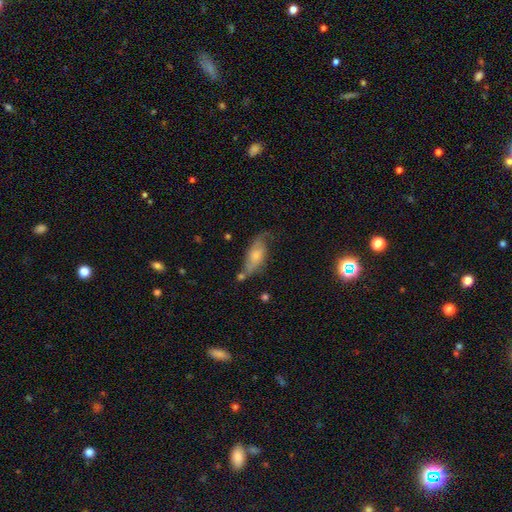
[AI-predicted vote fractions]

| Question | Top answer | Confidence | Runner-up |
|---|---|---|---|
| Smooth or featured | smooth | 52% | featured or disk (40%) |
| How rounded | in between | 77% | cigar-shaped (19%) |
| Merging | none | 46% | minor disturbance (30%) |